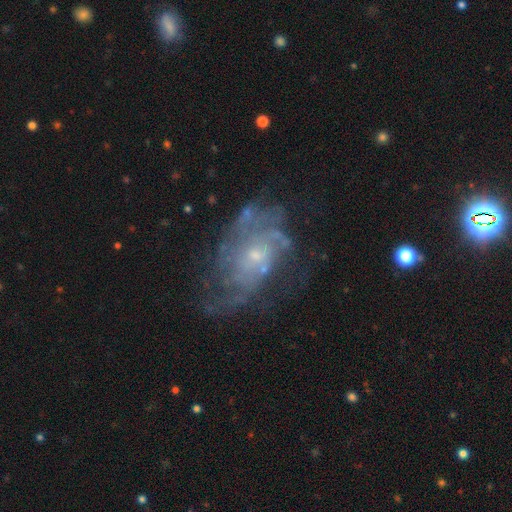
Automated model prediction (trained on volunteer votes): smooth-or-featured: featured or disk: 81% | smooth: 10% | star or artifact: 9%
  disk-edge-on: no: 96% | yes: 4%
    bar: no: 73% | weak: 23% | strong: 4%
    has-spiral-arms: yes: 84% | no: 16%
      spiral-winding: tight: 42% | medium: 39% | loose: 19%
      spiral-arm-count: can't tell: 45% | 2: 18% | 3: 14% | 4: 11% | more than 4: 6% | 1: 6%
    bulge-size: small: 71% | moderate: 22% | none: 5% | large: 1% | dominant: 1%
  merging: none: 59% | minor disturbance: 21% | major disturbance: 18% | merger: 3%